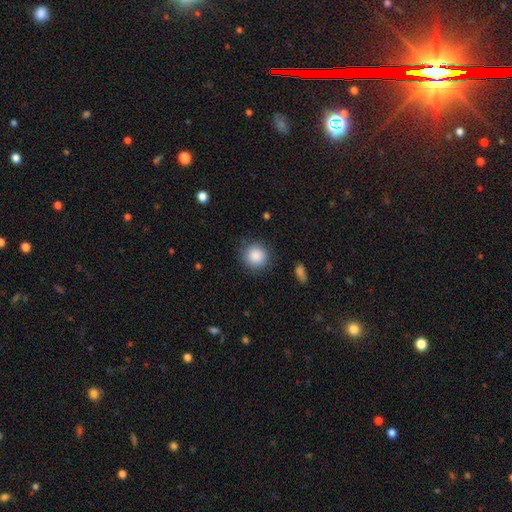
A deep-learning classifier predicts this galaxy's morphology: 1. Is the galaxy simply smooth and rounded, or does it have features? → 87% smooth, 8% star or artifact, 5% featured or disk.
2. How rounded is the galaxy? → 92% round, 7% in between, 1% cigar-shaped.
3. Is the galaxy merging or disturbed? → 84% none, 11% minor disturbance, 3% major disturbance, 1% merger.